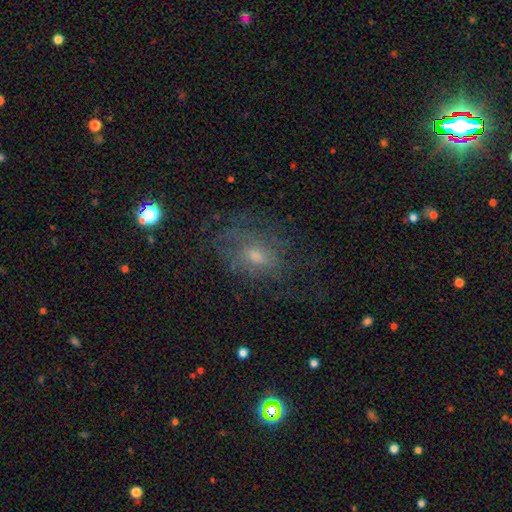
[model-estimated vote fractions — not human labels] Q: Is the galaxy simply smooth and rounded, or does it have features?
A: featured or disk — 54%.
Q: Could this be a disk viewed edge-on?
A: no — 95%.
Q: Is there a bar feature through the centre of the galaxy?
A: no — 63%.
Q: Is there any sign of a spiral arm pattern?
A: yes — 64%.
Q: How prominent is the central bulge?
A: moderate — 49%.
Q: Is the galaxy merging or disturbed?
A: none — 56%.